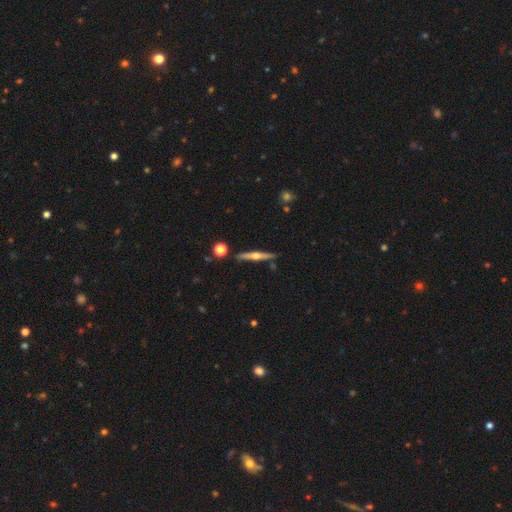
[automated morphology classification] A featured or disk galaxy (67%) viewed edge-on (97%) with a rounded central bulge (91%).

Vote fractions:
- Smooth or featured? featured or disk: 67% / smooth: 27% / star or artifact: 6%
- Edge-on disk? yes: 97% / no: 3%
- Edge-on bulge? rounded: 91% / none: 6% / boxy: 3%
- Merging? none: 86% / minor disturbance: 9% / merger: 3% / major disturbance: 2%